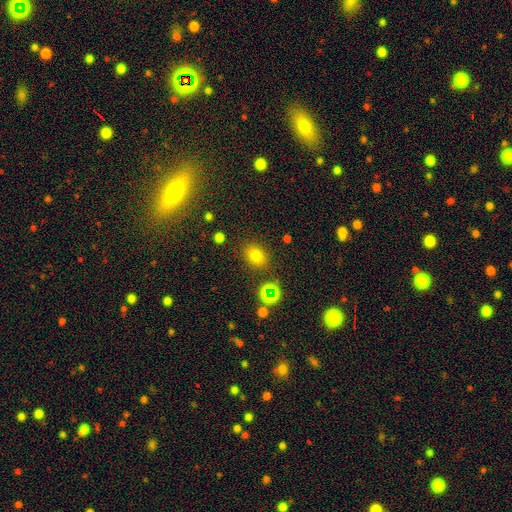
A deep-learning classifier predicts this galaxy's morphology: Smooth or featured: smooth — 73% (star or artifact — 19%)
How rounded: in between — 53% (round — 46%)
Merging: none — 83% (minor disturbance — 10%)